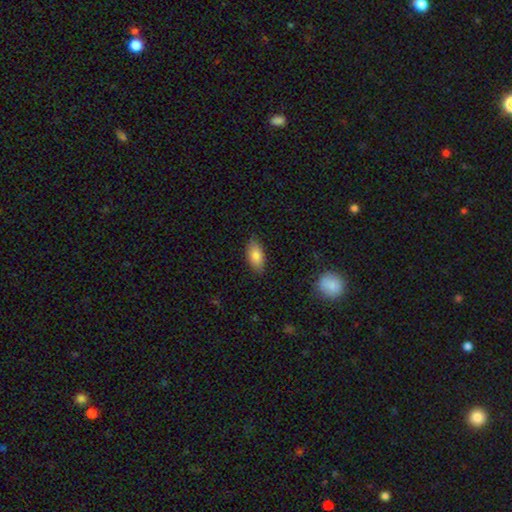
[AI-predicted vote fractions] smooth_or_featured: smooth (p=0.83) [alt: featured or disk p=0.10]
how_rounded: in between (p=0.91) [alt: cigar-shaped p=0.06]
merging: none (p=0.84) [alt: minor disturbance p=0.13]